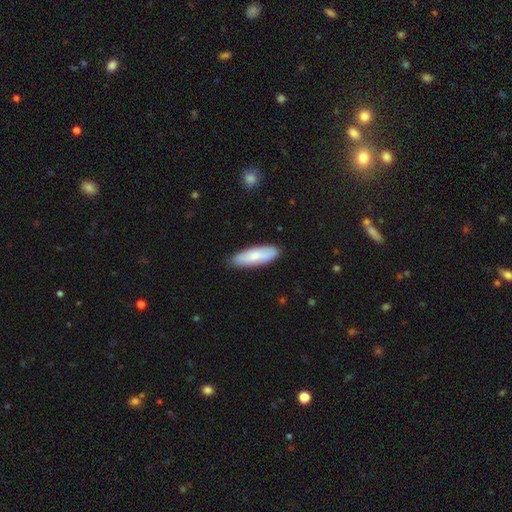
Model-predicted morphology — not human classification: smooth 73%, featured or disk 21%, star or artifact 6%. Down the decision tree: how rounded — in between (58%); merging — none (84%).